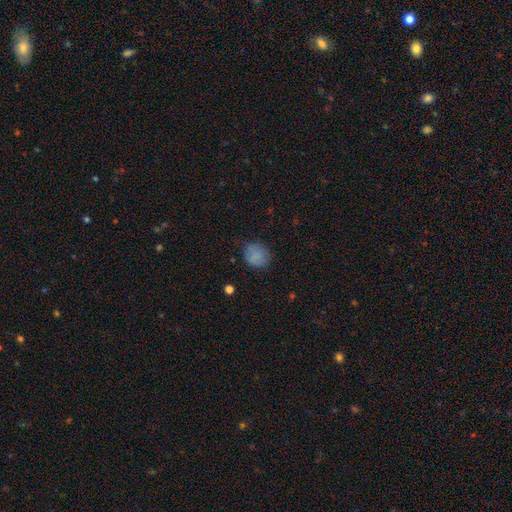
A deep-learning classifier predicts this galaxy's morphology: The model was most divided on "how rounded": round: 75%, in between: 24%, cigar-shaped: 1%. More confident: smooth or featured — smooth (82%); merging — none (73%).